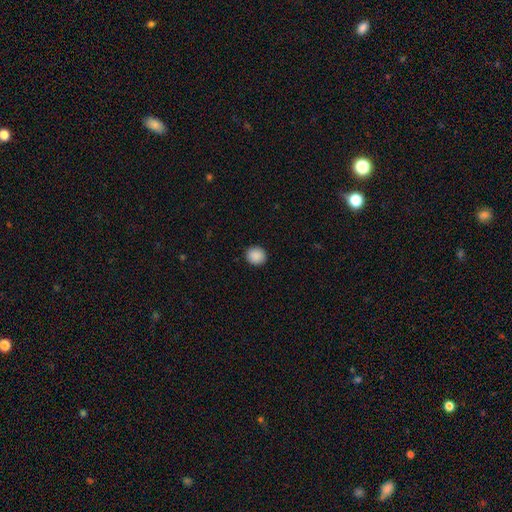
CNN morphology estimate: Smooth or featured: smooth — 90% (star or artifact — 8%)
How rounded: round — 87% (in between — 12%)
Merging: none — 92% (minor disturbance — 6%)